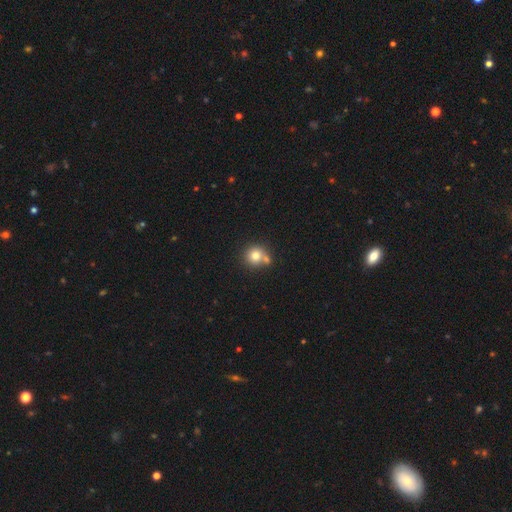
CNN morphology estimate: This appears to be a smooth galaxy with no disk features (78%) that is round (89%). Merging: none (55%).